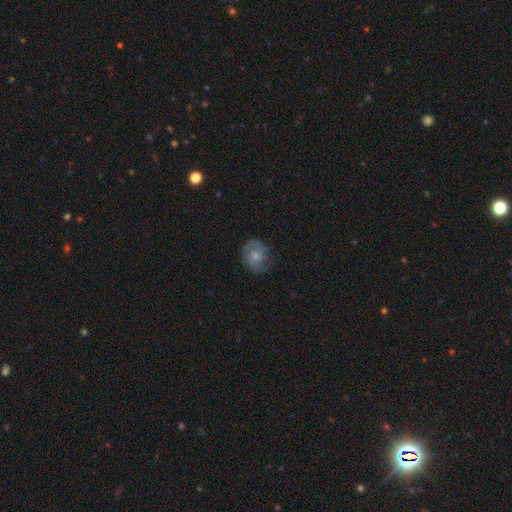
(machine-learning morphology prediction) smooth 50%, featured or disk 43%, star or artifact 8%. Down the decision tree: merging — none (70%).